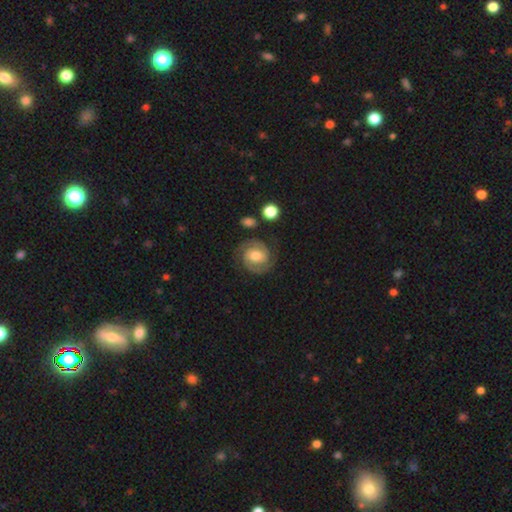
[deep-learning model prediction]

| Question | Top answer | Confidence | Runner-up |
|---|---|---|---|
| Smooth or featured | featured or disk | 84% | smooth (11%) |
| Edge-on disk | no | 98% | yes (2%) |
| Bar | no | 45% | weak (40%) |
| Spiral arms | yes | 96% | no (4%) |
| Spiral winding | tight | 56% | medium (37%) |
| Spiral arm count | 2 | 92% | can't tell (3%) |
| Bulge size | moderate | 67% | large (15%) |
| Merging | none | 81% | minor disturbance (12%) |